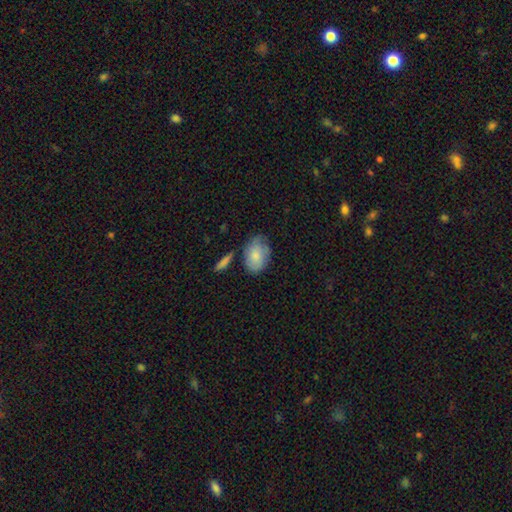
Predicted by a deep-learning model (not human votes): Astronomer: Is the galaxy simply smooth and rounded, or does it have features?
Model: smooth — 76%.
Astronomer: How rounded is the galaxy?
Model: in between — 81%.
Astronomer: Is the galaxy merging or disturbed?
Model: none — 64%.